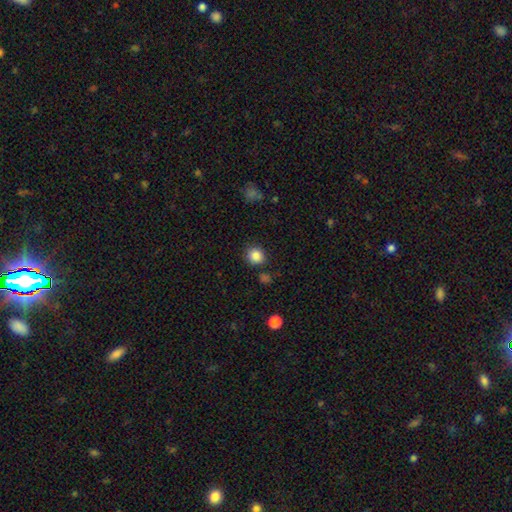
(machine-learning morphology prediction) A smooth galaxy with no disk features (86%) that is round (88%). Merging: none (85%).